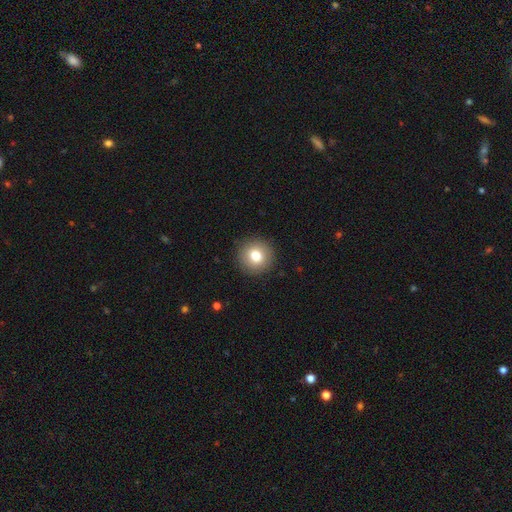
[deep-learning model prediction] Morphology: type=smooth (78%); roundness=round (95%); merging=none (91%).